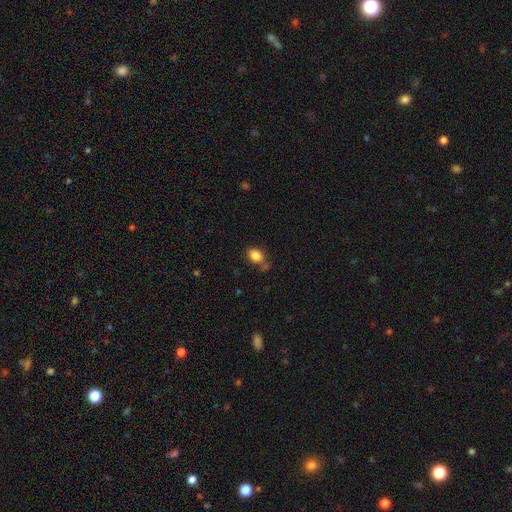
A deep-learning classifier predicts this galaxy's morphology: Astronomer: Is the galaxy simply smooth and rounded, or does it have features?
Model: smooth — 85%.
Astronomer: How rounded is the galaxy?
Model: in between — 68%.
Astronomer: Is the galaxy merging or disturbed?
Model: none — 68%.